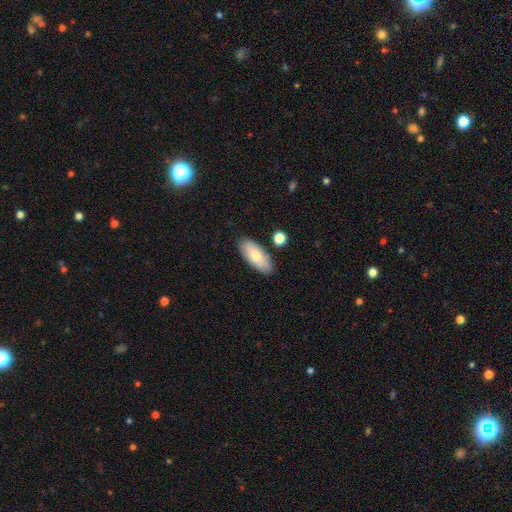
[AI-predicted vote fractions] This appears to be a smooth galaxy with no disk features (75%) that is in between round and cigar-shaped (83%). Merging: none (85%).